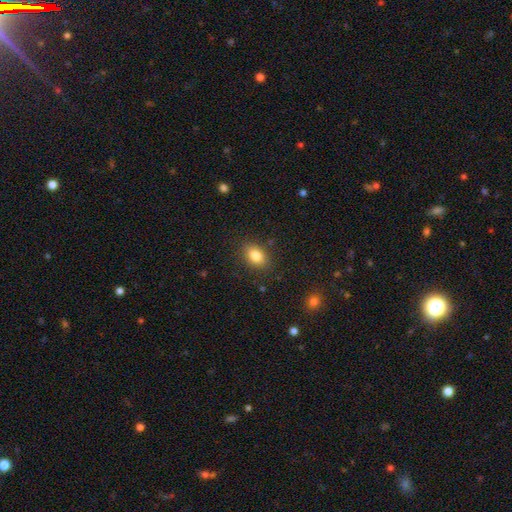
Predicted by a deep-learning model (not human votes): smooth_or_featured: smooth (p=0.83) [alt: star or artifact p=0.09]
how_rounded: in between (p=0.82) [alt: round p=0.17]
merging: none (p=0.85) [alt: minor disturbance p=0.10]